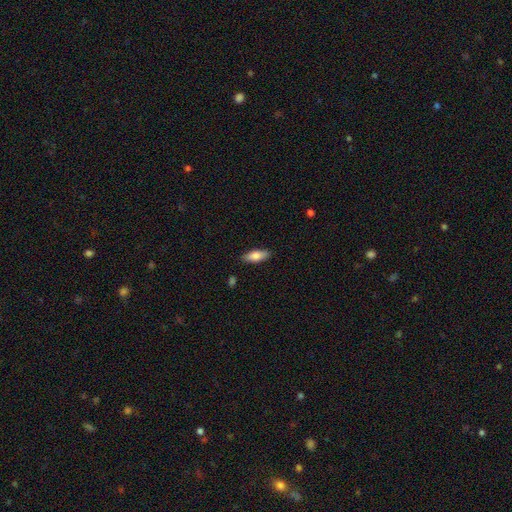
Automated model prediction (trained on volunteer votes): Morphology: type=smooth (78%); roundness=in between (71%); merging=none (88%).